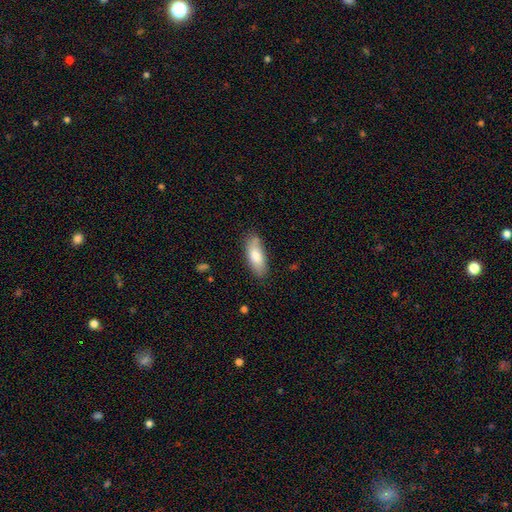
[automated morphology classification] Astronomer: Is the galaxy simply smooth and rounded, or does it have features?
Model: smooth — 79%.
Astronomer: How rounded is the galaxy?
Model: in between — 74%.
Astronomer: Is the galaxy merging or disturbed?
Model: none — 76%.